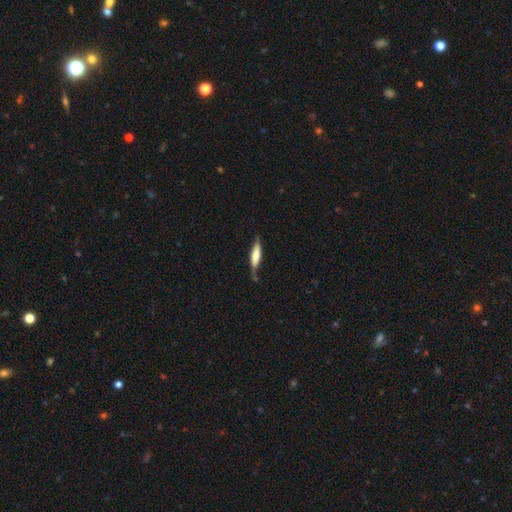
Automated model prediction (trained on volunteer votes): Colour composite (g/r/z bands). It shows a smooth galaxy with no disk features (57%) that is cigar-shaped (76%). Merging: none (70%).